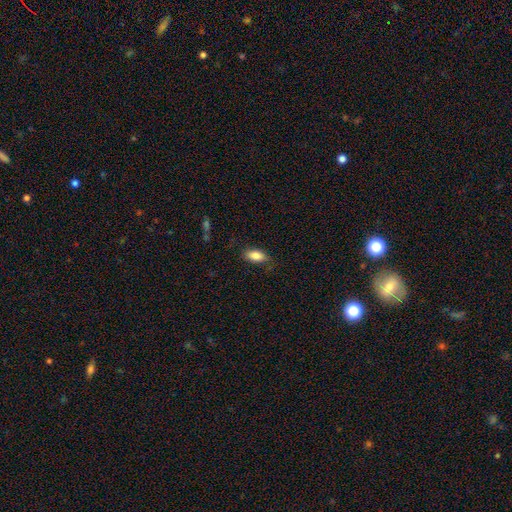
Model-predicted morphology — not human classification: This is clearly a smooth galaxy (85%). How rounded: clearly in between (88%). Merging: likely none (79%).